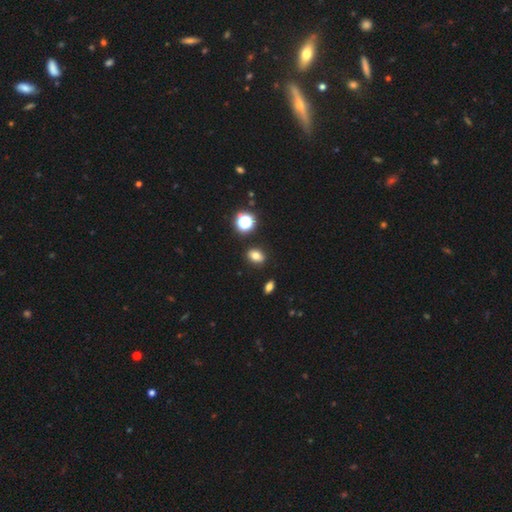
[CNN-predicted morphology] smooth-or-featured: smooth: 74% | star or artifact: 16% | featured or disk: 10%
  how-rounded: in between: 67% | round: 31% | cigar-shaped: 2%
  merging: none: 87% | minor disturbance: 8% | merger: 3% | major disturbance: 2%